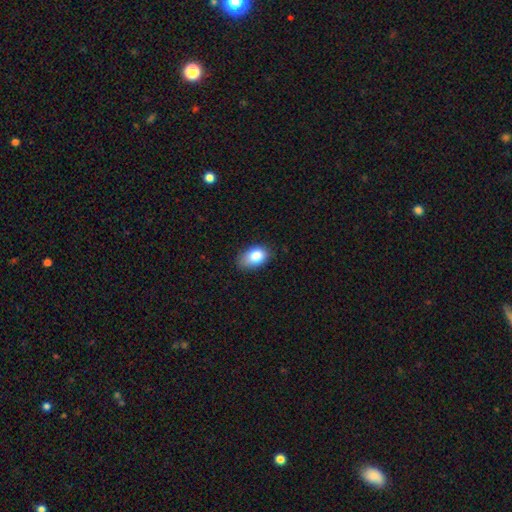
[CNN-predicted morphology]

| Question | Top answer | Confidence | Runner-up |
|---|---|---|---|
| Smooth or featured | smooth | 84% | star or artifact (8%) |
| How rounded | in between | 87% | round (11%) |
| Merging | none | 68% | minor disturbance (26%) |